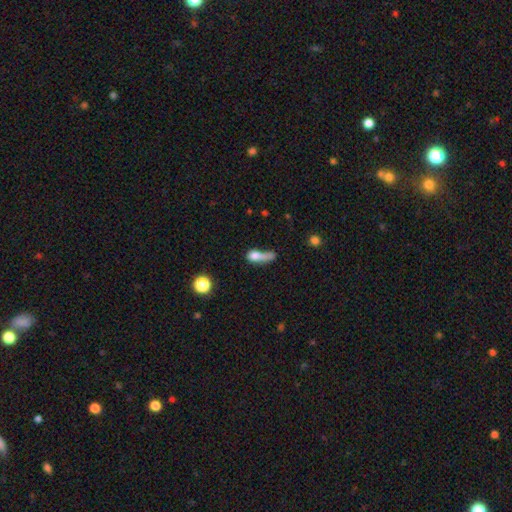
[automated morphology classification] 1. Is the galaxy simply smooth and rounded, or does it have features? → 65% smooth, 23% featured or disk, 12% star or artifact.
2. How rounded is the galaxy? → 45% in between, 37% cigar-shaped, 18% round.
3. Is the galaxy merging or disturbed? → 31% major disturbance, 30% merger, 23% none, 16% minor disturbance.